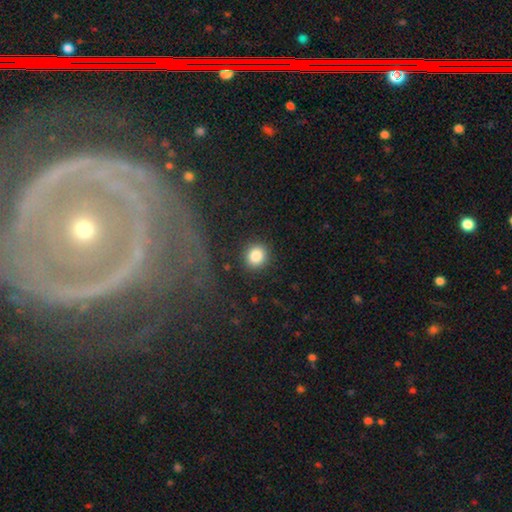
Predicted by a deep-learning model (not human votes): Smooth or featured?
  - smooth: 86% *
  - star or artifact: 9%
  - featured or disk: 5%
How rounded?
  - round: 86% *
  - in between: 13%
  - cigar-shaped: 1%
Merging?
  - none: 89% *
  - minor disturbance: 7%
  - major disturbance: 3%
  - merger: 2%